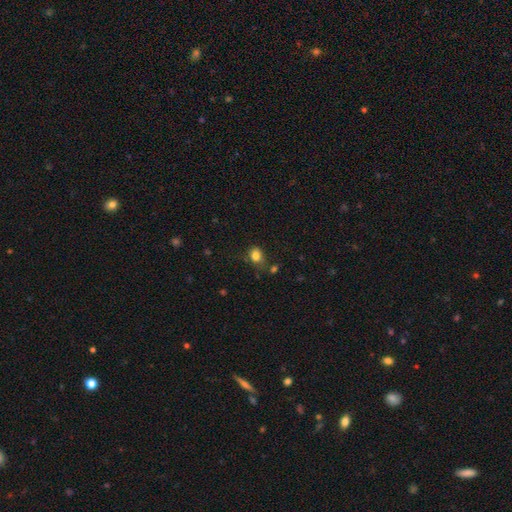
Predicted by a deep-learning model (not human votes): Smooth or featured? smooth (82%)
How rounded? in between (52%)
Merging? none (62%)